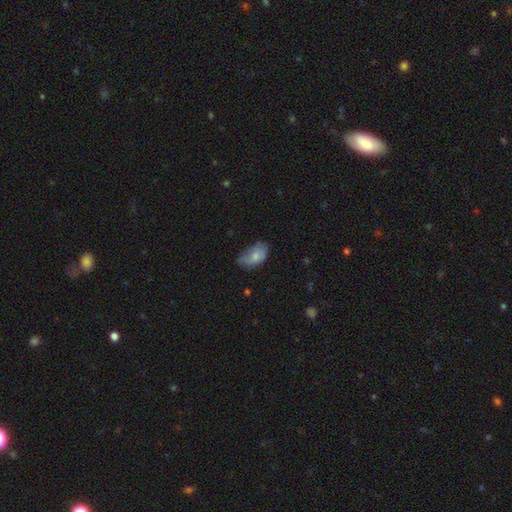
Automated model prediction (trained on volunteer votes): Smooth or featured? smooth (75%)
How rounded? in between (92%)
Merging? none (46%)